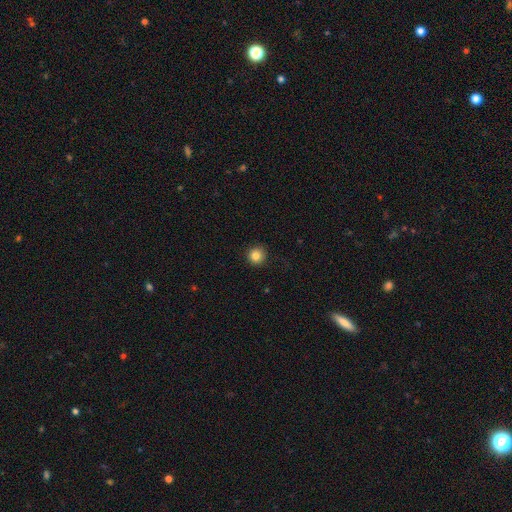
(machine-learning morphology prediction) Overall: smooth (84%). How rounded: round (94%). Merging: none (89%).